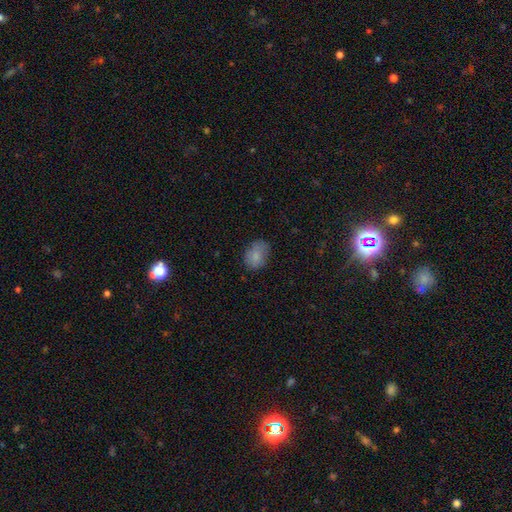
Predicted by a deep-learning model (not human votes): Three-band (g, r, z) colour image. It shows a smooth galaxy with no disk features (82%) that is in between round and cigar-shaped (67%). Merging: none (66%).